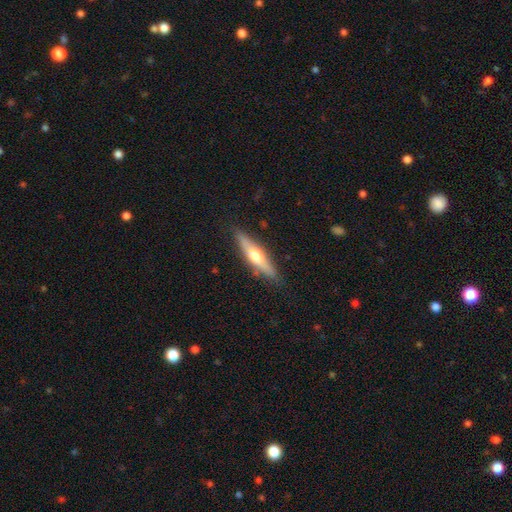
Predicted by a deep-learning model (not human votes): Smooth or featured?
  - featured or disk: 53% *
  - smooth: 41%
  - star or artifact: 6%
Edge-on disk?
  - yes: 91% *
  - no: 9%
Merging?
  - none: 85% *
  - minor disturbance: 11%
  - major disturbance: 2%
  - merger: 2%